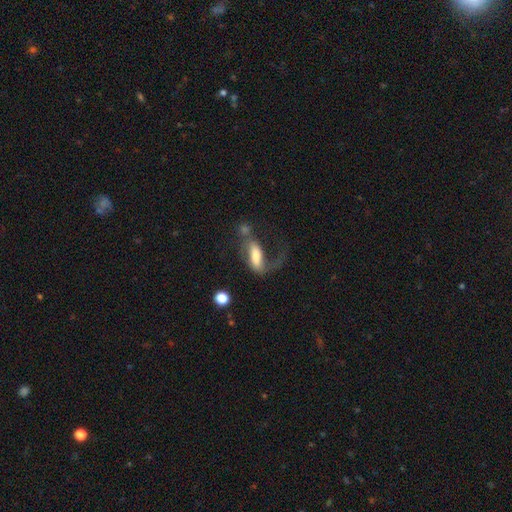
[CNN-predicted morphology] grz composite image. It shows a smooth galaxy with no disk features (51%) that is in between round and cigar-shaped (64%). Merging: major disturbance (42%).